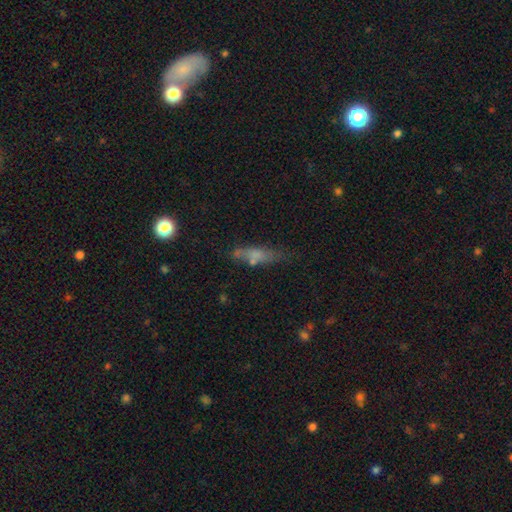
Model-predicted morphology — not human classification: Smooth or featured?
  - smooth: 66% *
  - featured or disk: 23%
  - star or artifact: 12%
How rounded?
  - in between: 51% *
  - cigar-shaped: 46%
  - round: 3%
Merging?
  - none: 55% *
  - minor disturbance: 24%
  - major disturbance: 11%
  - merger: 10%